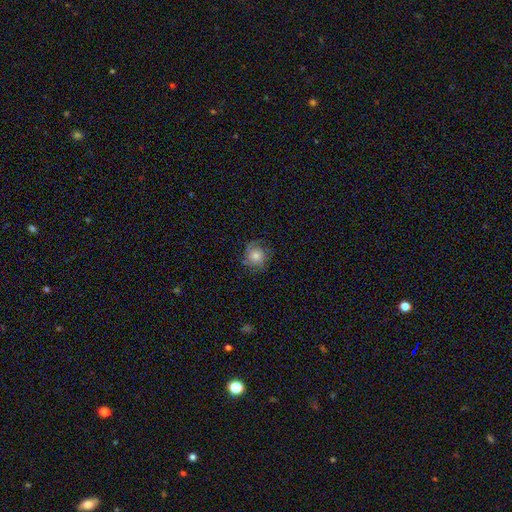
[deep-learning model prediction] Smooth or featured?
  - smooth: 51% *
  - featured or disk: 38%
  - star or artifact: 11%
How rounded?
  - round: 87% *
  - in between: 12%
  - cigar-shaped: 1%
Merging?
  - none: 74% *
  - minor disturbance: 17%
  - major disturbance: 7%
  - merger: 1%